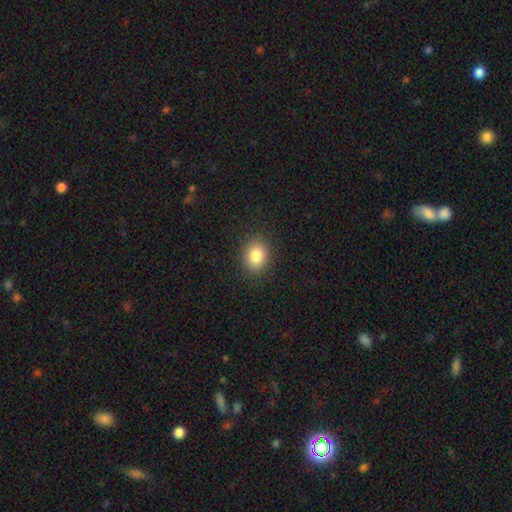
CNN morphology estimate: The model was most divided on "how rounded": in between: 58%, round: 41%, cigar-shaped: 1%. More confident: merging — none (88%); smooth or featured — smooth (84%).